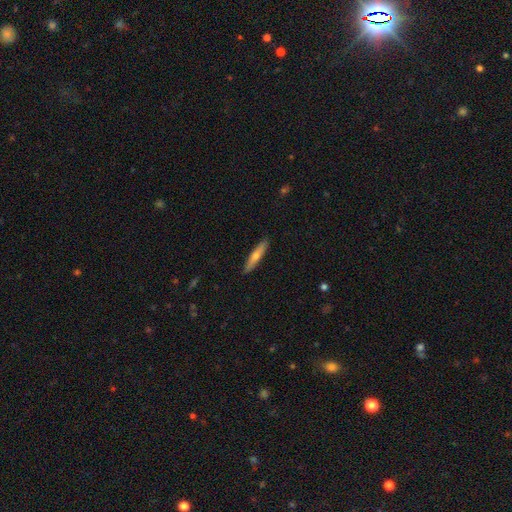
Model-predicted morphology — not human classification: Smooth or featured? Predicted: smooth (p=0.55). How rounded? Predicted: cigar-shaped (p=0.90). Merging? Predicted: none (p=0.91).